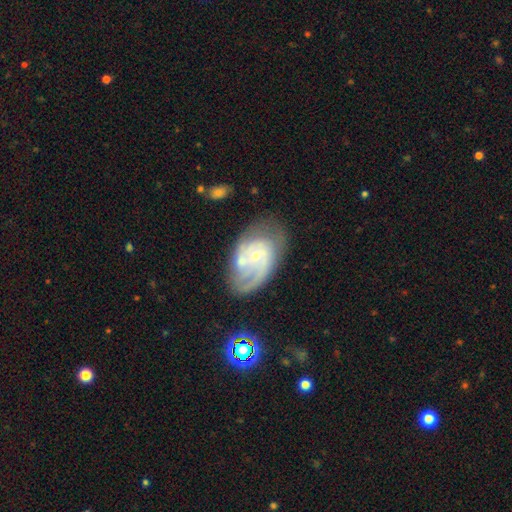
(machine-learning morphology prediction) Smooth or featured?
  - featured or disk: 80% *
  - smooth: 14%
  - star or artifact: 6%
Edge-on disk?
  - no: 96% *
  - yes: 4%
Bar?
  - no: 64% *
  - weak: 31%
  - strong: 6%
Spiral arms?
  - yes: 90% *
  - no: 10%
Spiral winding?
  - tight: 43% *
  - medium: 41%
  - loose: 16%
Spiral arm count?
  - 2: 42% *
  - can't tell: 27%
  - 3: 13%
  - 1: 12%
  - 4: 3%
  - more than 4: 3%
Bulge size?
  - small: 71% *
  - moderate: 25%
  - none: 2%
  - large: 1%
  - dominant: 1%
Merging?
  - none: 55% *
  - minor disturbance: 23%
  - major disturbance: 15%
  - merger: 7%